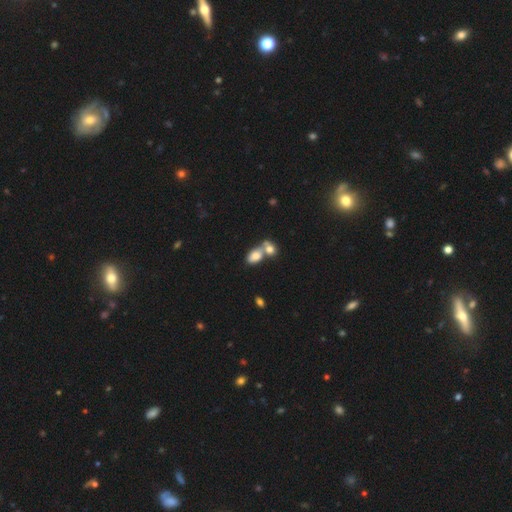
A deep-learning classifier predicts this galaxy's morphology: Smooth or featured? smooth (77%)
How rounded? in between (84%)
Merging? merger (64%)